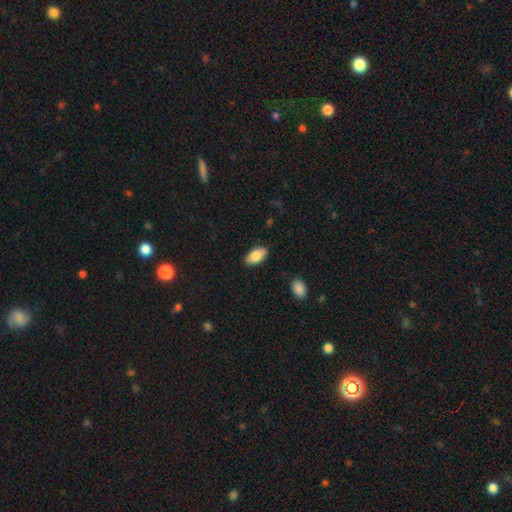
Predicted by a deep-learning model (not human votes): Overall: smooth (84%). How rounded: in between (94%). Merging: none (88%).